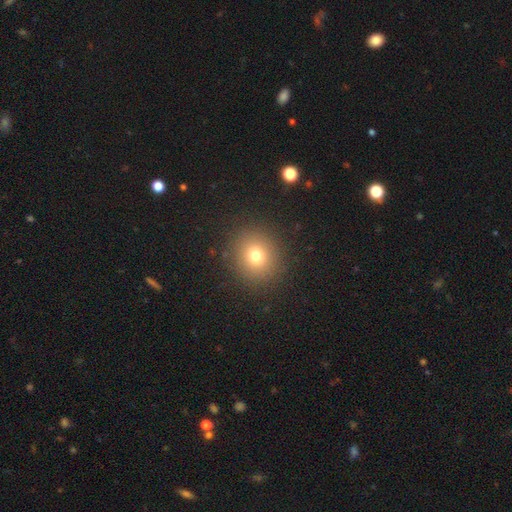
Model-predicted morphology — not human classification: Smooth or featured? smooth (75%)
How rounded? round (87%)
Merging? none (90%)